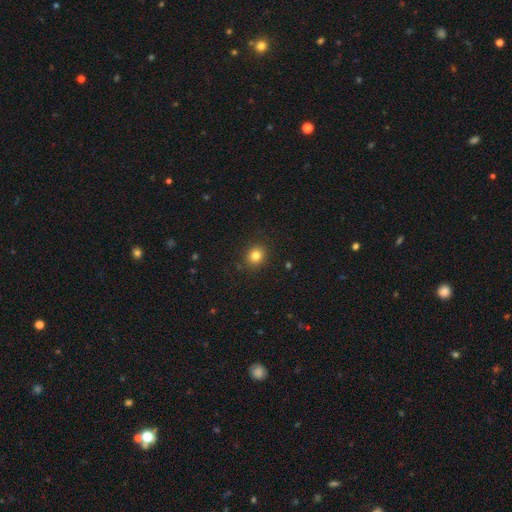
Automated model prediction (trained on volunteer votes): This is clearly a smooth galaxy (82%). How rounded: clearly round (82%). Merging: clearly none (90%).